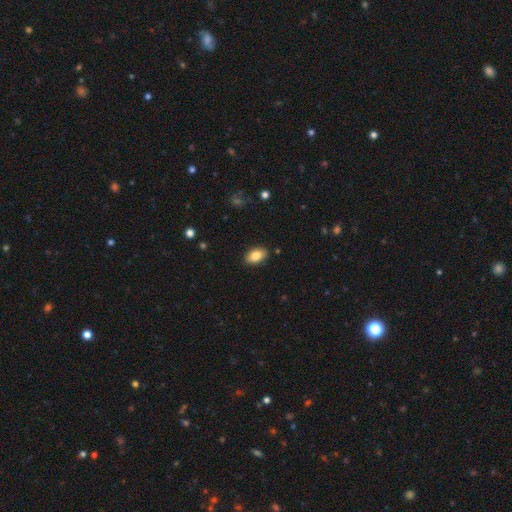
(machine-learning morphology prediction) Overall: smooth (84%). How rounded: in between (92%). Merging: none (88%).